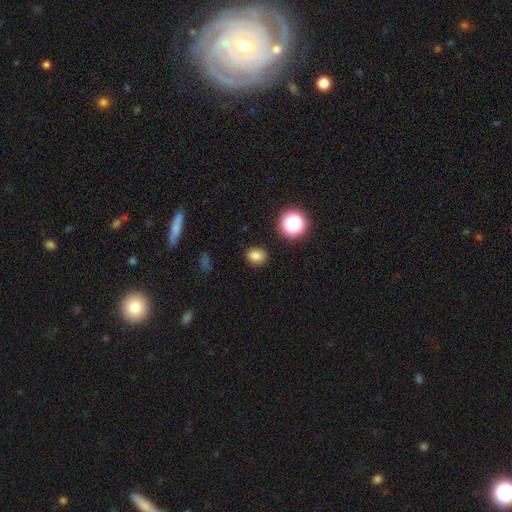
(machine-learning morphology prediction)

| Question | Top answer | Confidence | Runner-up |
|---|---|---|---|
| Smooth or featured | smooth | 80% | star or artifact (14%) |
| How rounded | round | 55% | in between (44%) |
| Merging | none | 86% | minor disturbance (10%) |